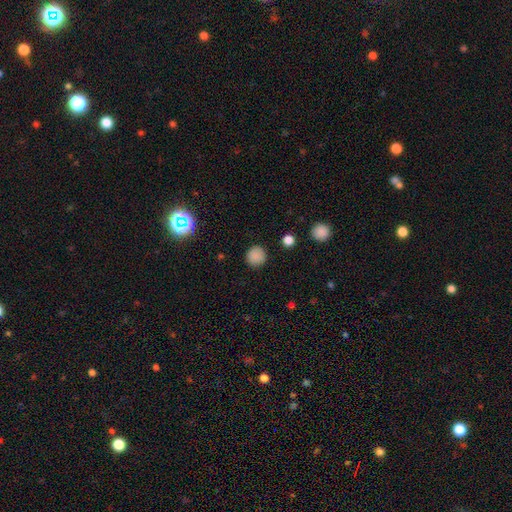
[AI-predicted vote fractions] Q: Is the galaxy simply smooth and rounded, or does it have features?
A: smooth — 85%.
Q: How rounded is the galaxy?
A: round — 93%.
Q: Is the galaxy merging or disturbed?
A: none — 89%.